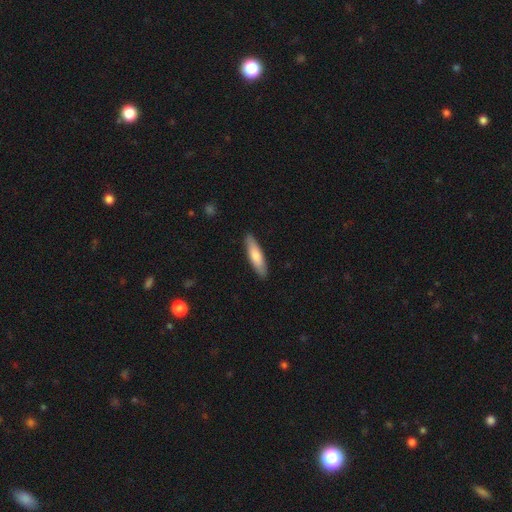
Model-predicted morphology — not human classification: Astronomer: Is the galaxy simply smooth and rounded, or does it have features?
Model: smooth — 75%.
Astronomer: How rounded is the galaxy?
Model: cigar-shaped — 70%.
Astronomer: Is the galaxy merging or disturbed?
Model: none — 89%.